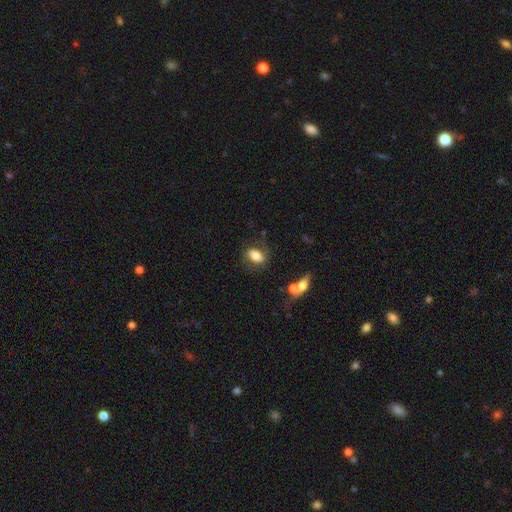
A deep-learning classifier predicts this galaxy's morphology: This is likely a smooth galaxy (65%). How rounded: clearly in between (81%). Merging: likely none (68%).